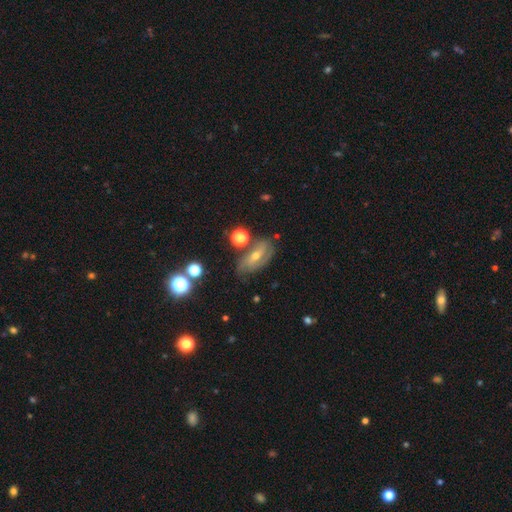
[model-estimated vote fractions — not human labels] Smooth or featured: featured or disk — 59% (smooth — 29%)
Edge-on disk: no — 86% (yes — 14%)
Bar: no — 42% (weak — 36%)
Spiral arms: yes — 75% (no — 25%)
Bulge size: small — 49% (moderate — 47%)
Merging: none — 64% (minor disturbance — 21%)